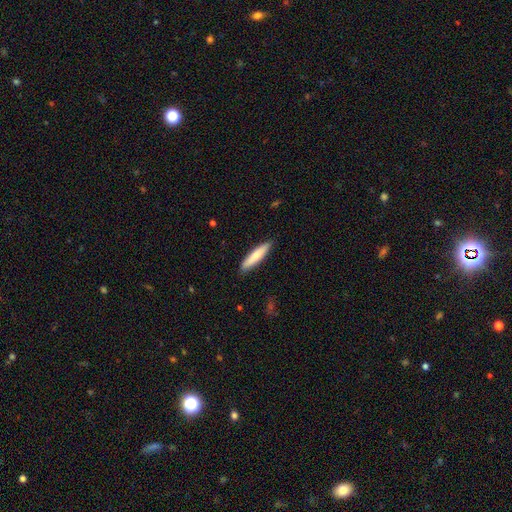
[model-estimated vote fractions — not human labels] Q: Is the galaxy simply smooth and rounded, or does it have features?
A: smooth — 74%.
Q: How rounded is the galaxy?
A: cigar-shaped — 83%.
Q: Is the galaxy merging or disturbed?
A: none — 89%.